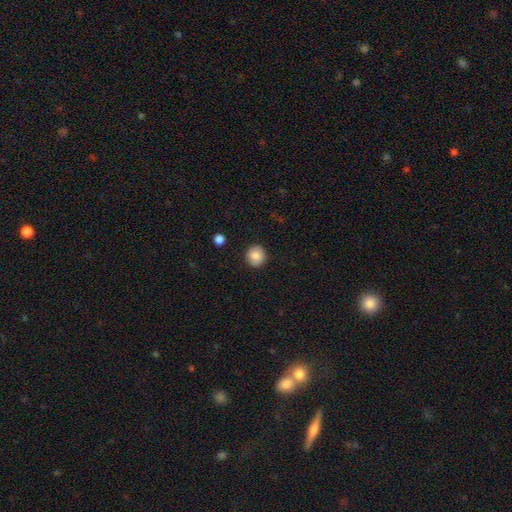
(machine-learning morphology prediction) Smooth or featured?
  - smooth: 85% *
  - star or artifact: 9%
  - featured or disk: 6%
How rounded?
  - round: 88% *
  - in between: 12%
  - cigar-shaped: 1%
Merging?
  - none: 89% *
  - minor disturbance: 7%
  - major disturbance: 2%
  - merger: 1%